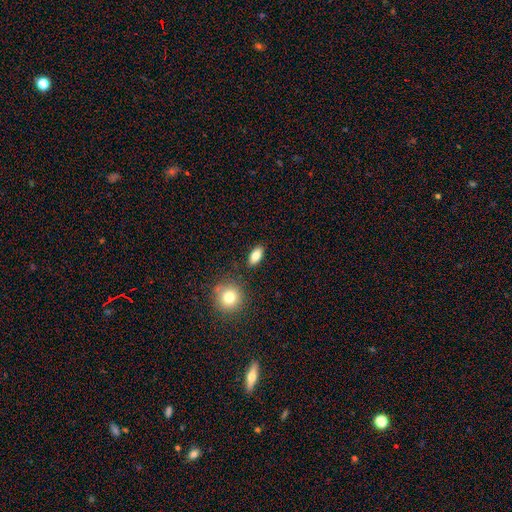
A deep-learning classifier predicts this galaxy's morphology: Overall: smooth (83%). How rounded: in between (86%). Merging: none (85%).